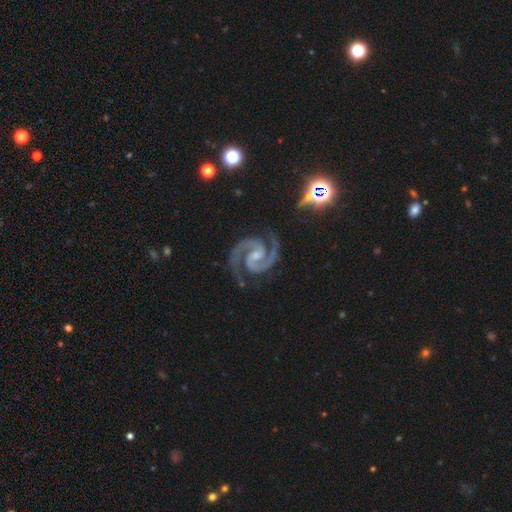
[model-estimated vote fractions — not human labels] This appears to be a featured or disk galaxy (95%) with a weak bar (45%), 2 (94%) medium (56%) spiral arms (99%) and a small central bulge (45%). Merging: none (81%).